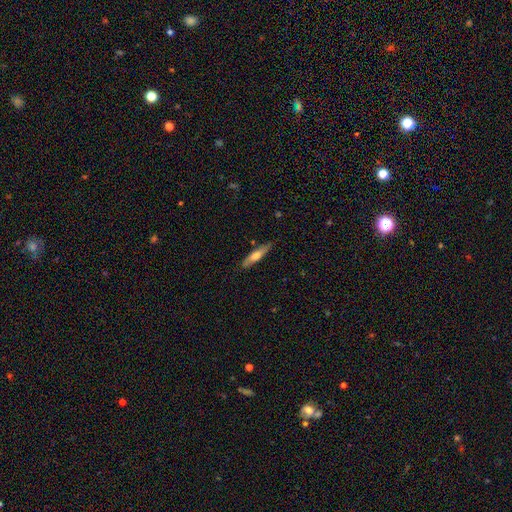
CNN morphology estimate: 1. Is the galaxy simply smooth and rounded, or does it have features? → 56% smooth, 38% featured or disk, 6% star or artifact.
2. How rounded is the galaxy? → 81% cigar-shaped, 17% in between, 2% round.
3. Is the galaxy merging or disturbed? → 84% none, 12% minor disturbance, 2% major disturbance, 2% merger.